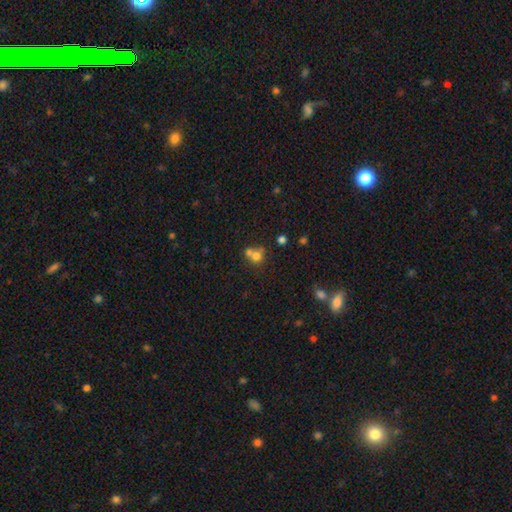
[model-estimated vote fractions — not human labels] Q: Smooth or featured?
A: smooth (70%); runner-up: featured or disk (15%)
Q: How rounded?
A: round (81%); runner-up: in between (18%)
Q: Merging?
A: merger (50%); runner-up: none (38%)